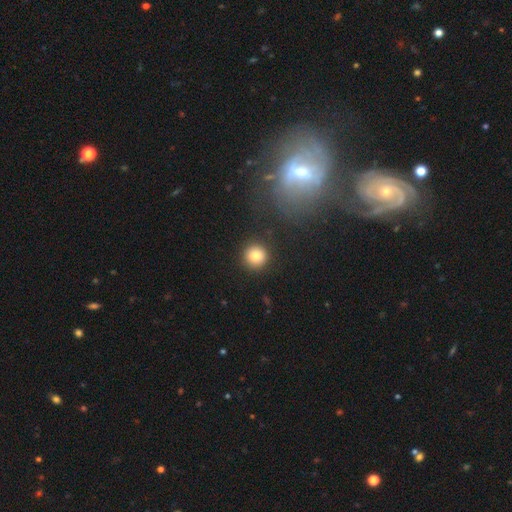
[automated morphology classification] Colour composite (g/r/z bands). It shows a smooth galaxy with no disk features (83%) that is round (94%). Merging: none (90%).